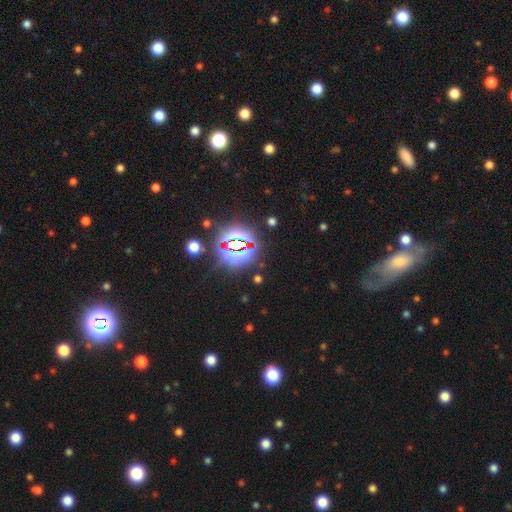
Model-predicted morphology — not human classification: smooth_or_featured: star or artifact (p=0.75) [alt: smooth p=0.14]